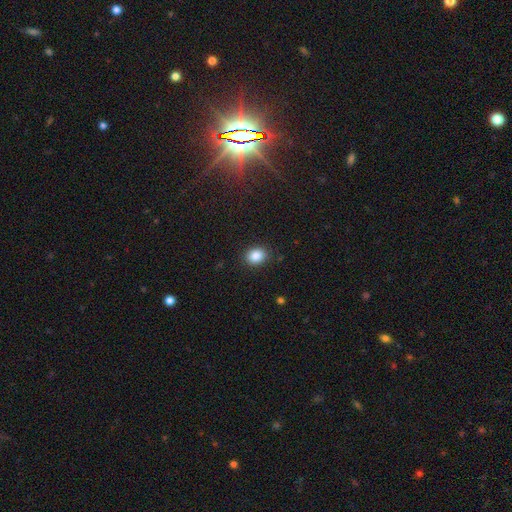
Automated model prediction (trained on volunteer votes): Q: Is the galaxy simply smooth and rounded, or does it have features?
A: smooth — 87%.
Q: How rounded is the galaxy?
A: in between — 54%.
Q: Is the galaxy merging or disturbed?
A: none — 87%.